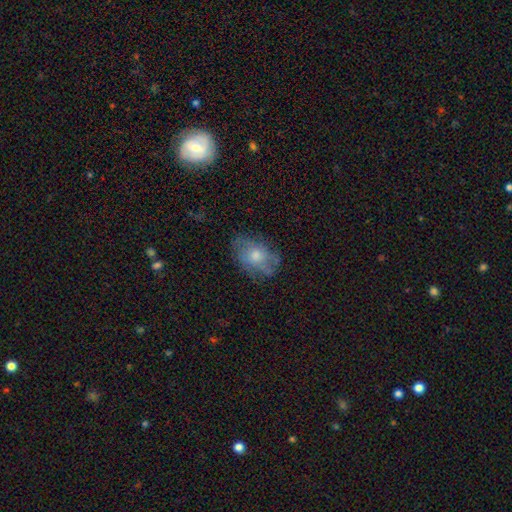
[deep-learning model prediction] Smooth or featured?
  - smooth: 50% *
  - featured or disk: 40%
  - star or artifact: 10%
Merging?
  - none: 67% *
  - minor disturbance: 22%
  - major disturbance: 9%
  - merger: 2%